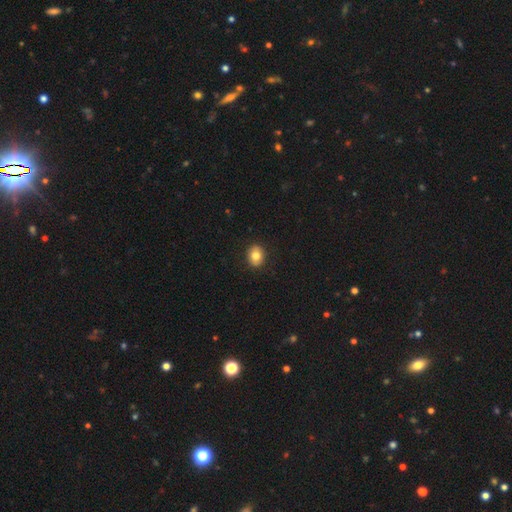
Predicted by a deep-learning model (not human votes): A smooth galaxy with no disk features (80%) that is round (52%). Merging: none (90%).